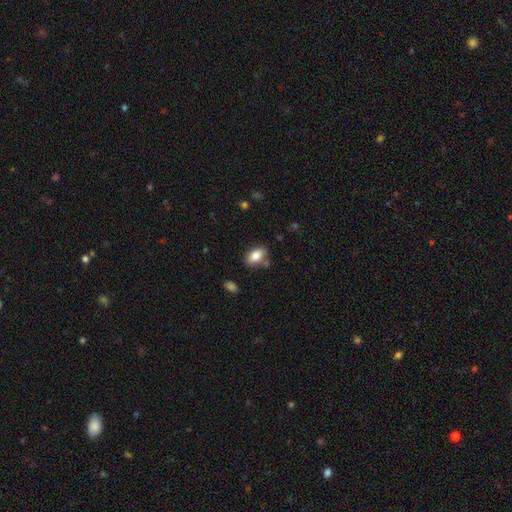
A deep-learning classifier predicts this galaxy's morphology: Q: Smooth or featured?
A: smooth (83%); runner-up: featured or disk (9%)
Q: How rounded?
A: in between (89%); runner-up: round (8%)
Q: Merging?
A: none (75%); runner-up: minor disturbance (15%)